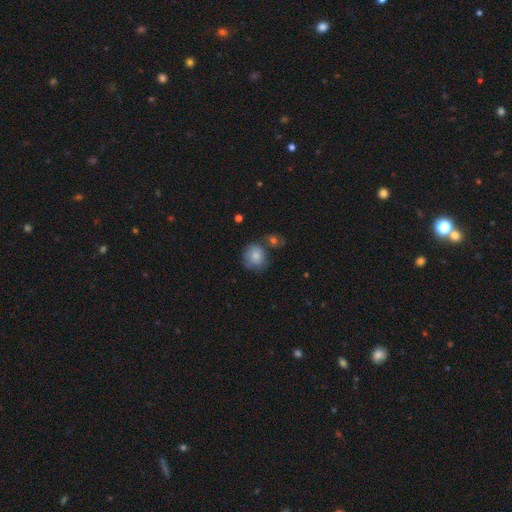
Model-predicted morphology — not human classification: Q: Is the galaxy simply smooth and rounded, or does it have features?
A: smooth — 81%.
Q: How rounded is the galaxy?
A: round — 76%.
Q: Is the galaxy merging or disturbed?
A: none — 59%.